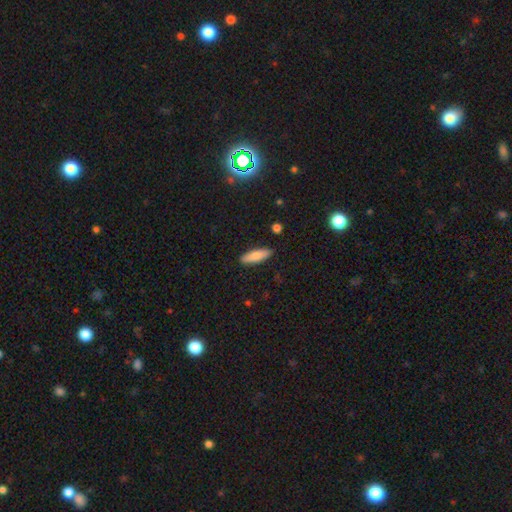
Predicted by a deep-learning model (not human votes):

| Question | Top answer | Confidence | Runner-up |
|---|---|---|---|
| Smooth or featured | smooth | 79% | featured or disk (15%) |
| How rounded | cigar-shaped | 52% | in between (46%) |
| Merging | none | 89% | minor disturbance (8%) |